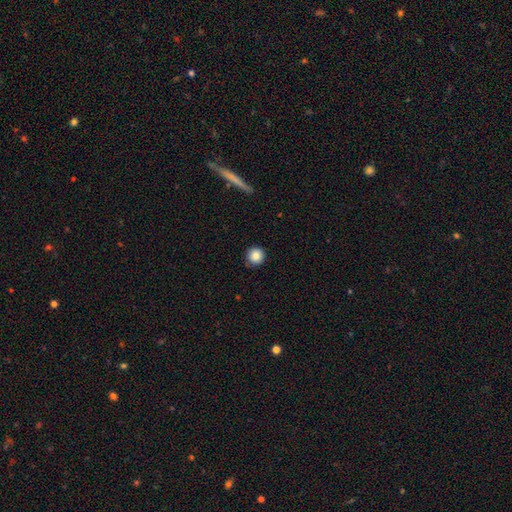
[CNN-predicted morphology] type=smooth (86%); roundness=round (95%); merging=none (86%).